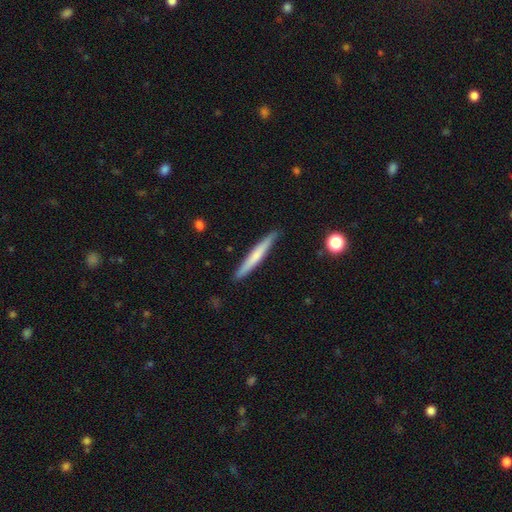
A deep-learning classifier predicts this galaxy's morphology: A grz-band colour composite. It shows a smooth galaxy with no disk features (58%) that is cigar-shaped (96%). Merging: none (89%).